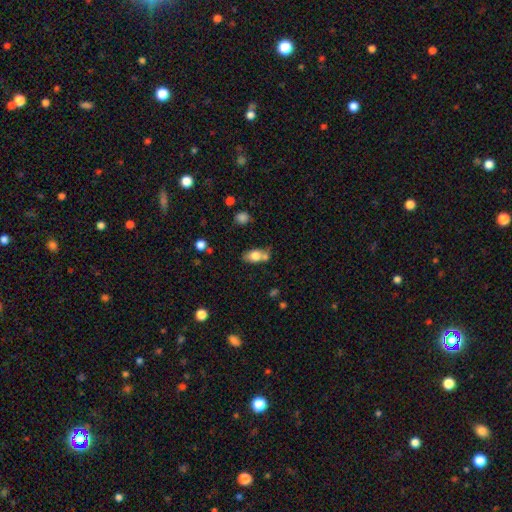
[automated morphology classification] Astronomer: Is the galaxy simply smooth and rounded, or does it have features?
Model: smooth — 76%.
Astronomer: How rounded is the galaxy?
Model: in between — 82%.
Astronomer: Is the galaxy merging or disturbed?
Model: none — 45% (runner-up: merger, 34%).